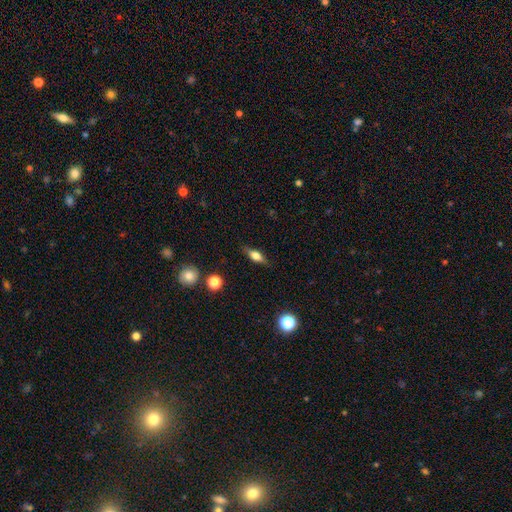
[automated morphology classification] Overall: smooth (55%; featured or disk 36%). How rounded: in between (58%; cigar-shaped 33%). Merging: none (83%).